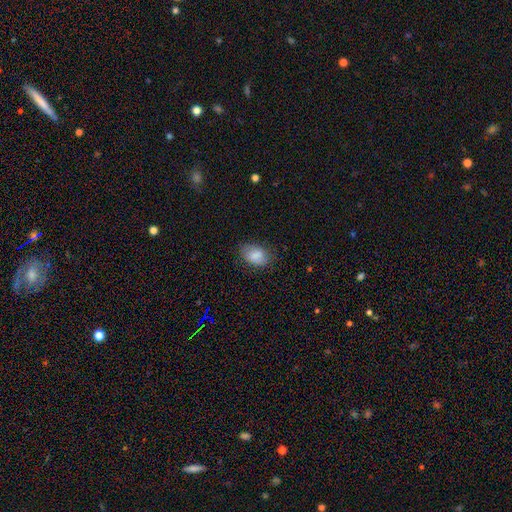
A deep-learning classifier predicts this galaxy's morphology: This is clearly a smooth galaxy (82%). How rounded: clearly in between (85%). Merging: likely none (73%).